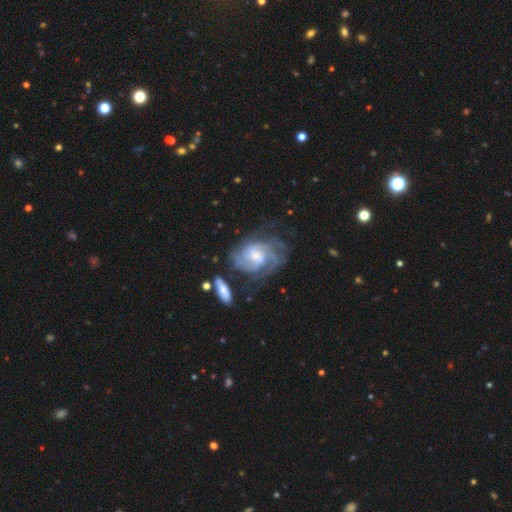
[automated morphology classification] The model was most divided on "spiral winding": tight: 51%, medium: 37%, loose: 12%. Remaining: edge-on disk — no (97%); spiral arms — yes (94%); smooth or featured — featured or disk (85%); bar — no (59%); merging — none (55%); bulge size — small (52%); spiral arm count — can't tell (35%).